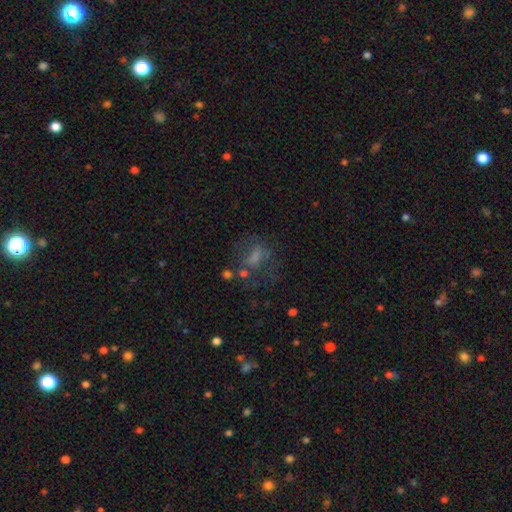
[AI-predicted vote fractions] Q: Smooth or featured?
A: smooth (45%); runner-up: featured or disk (31%)
Q: Merging?
A: none (48%); runner-up: major disturbance (26%)